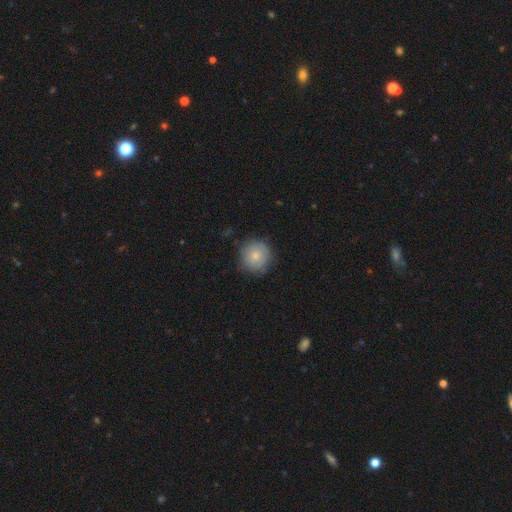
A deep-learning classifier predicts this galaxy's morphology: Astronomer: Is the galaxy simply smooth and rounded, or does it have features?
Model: smooth — 79%.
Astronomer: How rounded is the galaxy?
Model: round — 94%.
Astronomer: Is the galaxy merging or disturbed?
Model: none — 81%.